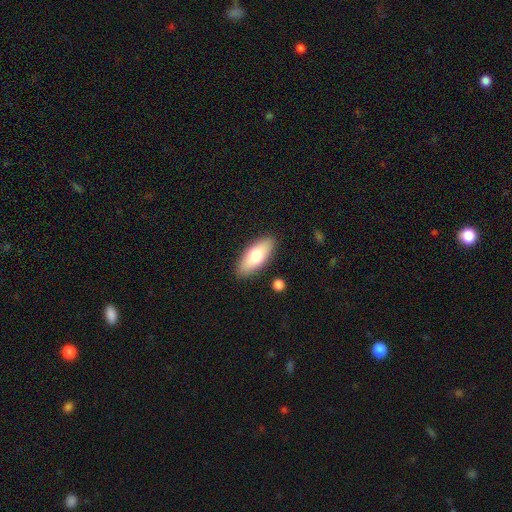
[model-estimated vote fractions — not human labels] Overall: smooth (72%). How rounded: in between (81%). Merging: none (87%).